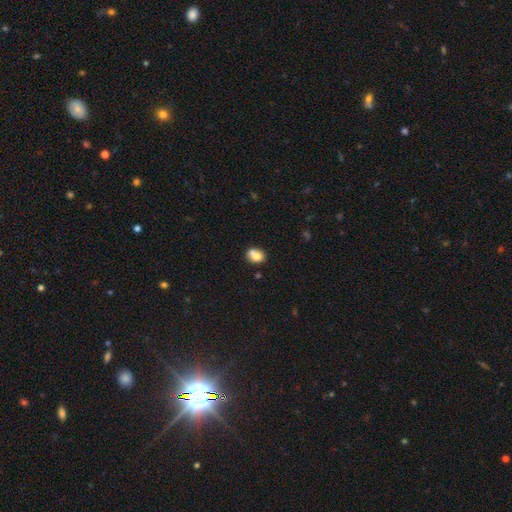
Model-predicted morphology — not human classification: This is likely a smooth galaxy (75%). How rounded: possibly in between (52%). Merging: marginally merger (45%).